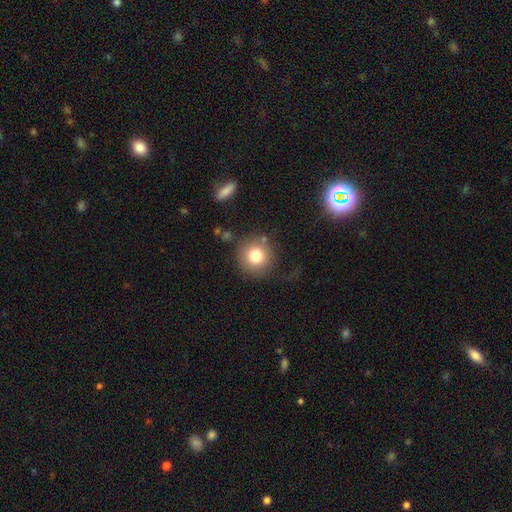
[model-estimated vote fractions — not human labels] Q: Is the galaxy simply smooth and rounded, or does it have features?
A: smooth — 79%.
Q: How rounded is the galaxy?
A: round — 93%.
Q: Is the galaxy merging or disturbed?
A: none — 78%.